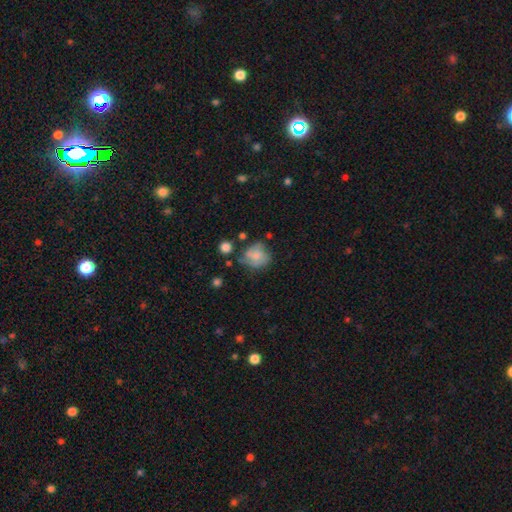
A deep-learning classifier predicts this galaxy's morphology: A smooth galaxy with no disk features (58%) that is round (71%). Merging: none (47%).